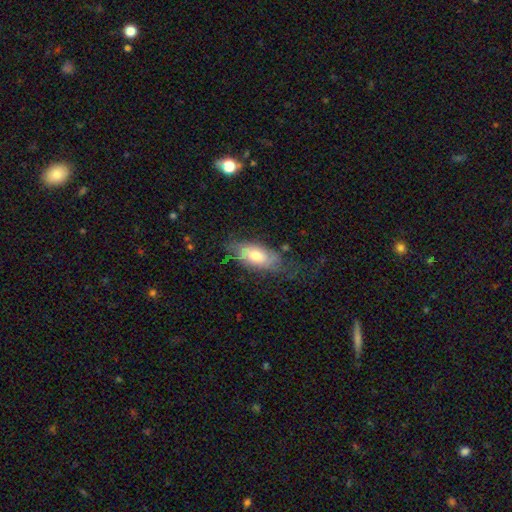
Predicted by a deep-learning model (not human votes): smooth 52%, featured or disk 41%, star or artifact 7%. Down the decision tree: how rounded — in between (87%); merging — none (55%).